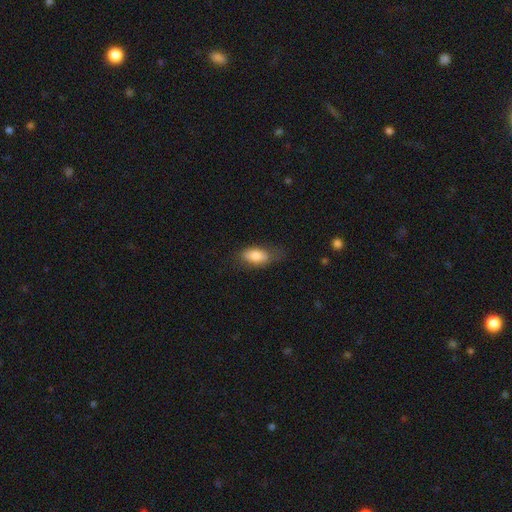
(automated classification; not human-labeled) smooth_or_featured: smooth (p=0.80) [alt: featured or disk p=0.13]
how_rounded: in between (p=0.88) [alt: cigar-shaped p=0.08]
merging: none (p=0.59) [alt: minor disturbance p=0.28]